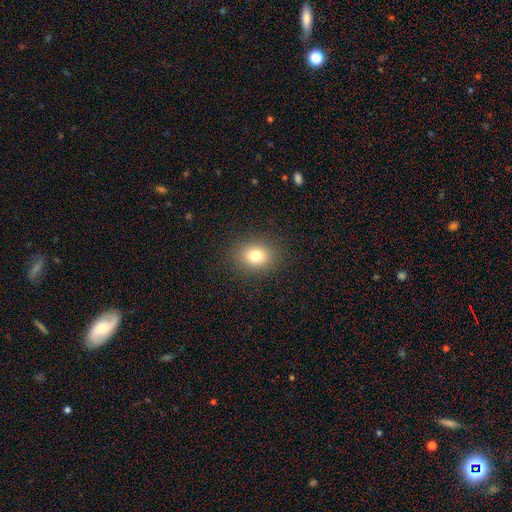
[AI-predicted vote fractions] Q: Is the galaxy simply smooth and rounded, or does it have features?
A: smooth — 78%.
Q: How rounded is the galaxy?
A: round — 51%.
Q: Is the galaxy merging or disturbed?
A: none — 88%.